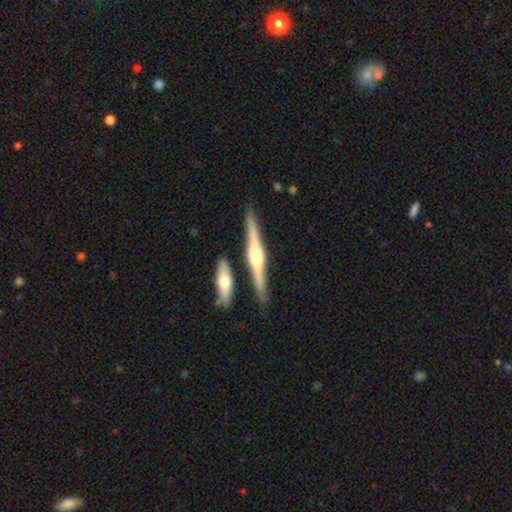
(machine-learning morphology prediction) Overall: featured or disk (74%). Edge-on disk: yes (97%). Edge-on bulge: rounded (89%). Merging: none (82%).